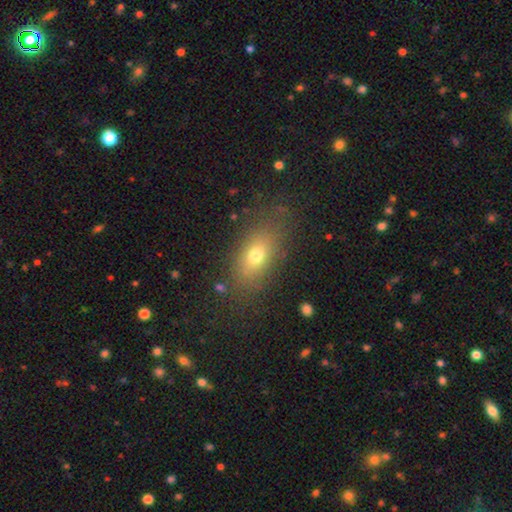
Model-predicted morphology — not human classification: Smooth or featured? Predicted: smooth (p=0.70). How rounded? Predicted: in between (p=0.78). Merging? Predicted: none (p=0.78).